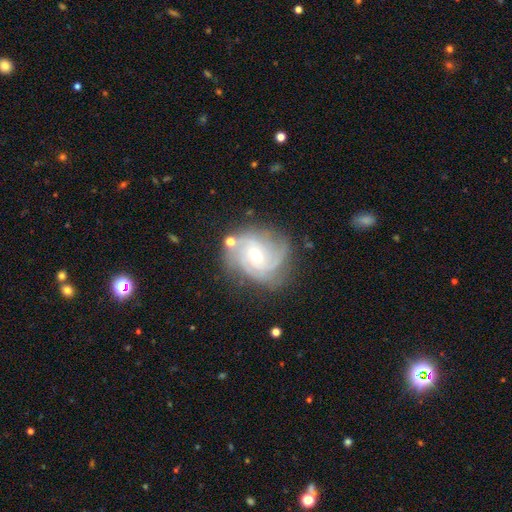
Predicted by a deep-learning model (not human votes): Smooth or featured: featured or disk — 84% (smooth — 9%)
Edge-on disk: no — 98% (yes — 2%)
Bar: weak — 46% (no — 44%)
Spiral arms: yes — 96% (no — 4%)
Spiral winding: tight — 52% (medium — 37%)
Spiral arm count: 3 — 34% (can't tell — 22%)
Bulge size: small — 54% (moderate — 43%)
Merging: none — 69% (minor disturbance — 19%)